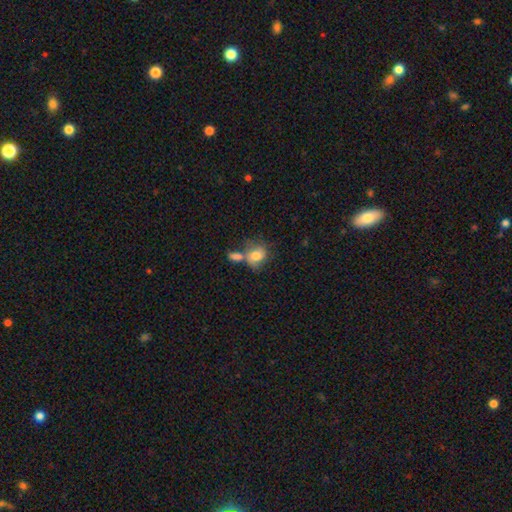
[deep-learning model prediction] Overall: smooth (68%). How rounded: round (51%; in between 47%). Merging: merger (41%; none 32%).